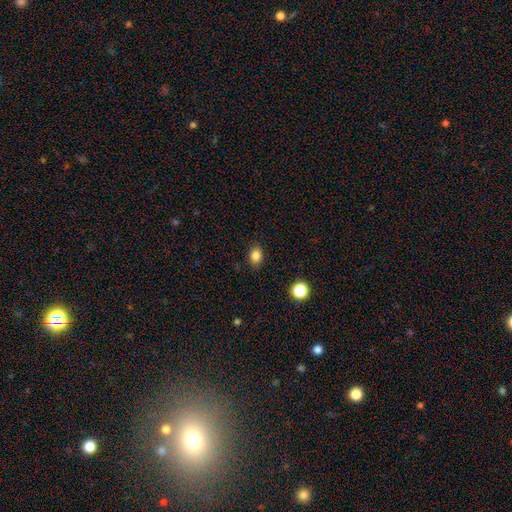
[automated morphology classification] This is clearly a smooth galaxy (84%). How rounded: likely in between (69%). Merging: clearly none (87%).